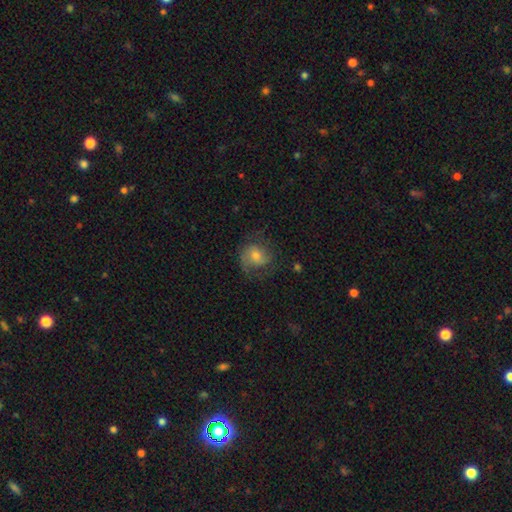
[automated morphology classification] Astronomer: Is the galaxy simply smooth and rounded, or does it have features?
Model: featured or disk — 53% (runner-up: smooth, 37%).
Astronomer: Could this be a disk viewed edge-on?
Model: no — 97%.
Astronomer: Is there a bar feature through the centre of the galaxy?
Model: no — 68%.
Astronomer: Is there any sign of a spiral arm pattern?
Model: yes — 85%.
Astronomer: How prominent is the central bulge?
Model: moderate — 53% (runner-up: small, 38%).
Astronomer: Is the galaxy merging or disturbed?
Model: none — 61%.